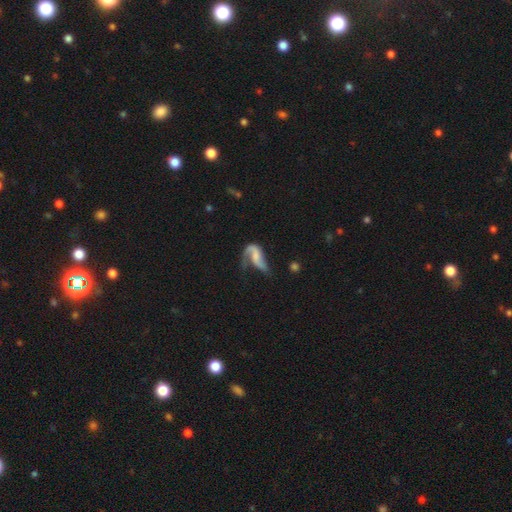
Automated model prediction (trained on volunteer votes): Q: Smooth or featured?
A: featured or disk (67%); runner-up: smooth (26%)
Q: Edge-on disk?
A: no (94%); runner-up: yes (6%)
Q: Bar?
A: no (52%); runner-up: weak (32%)
Q: Spiral arms?
A: yes (84%); runner-up: no (16%)
Q: Spiral winding?
A: loose (67%); runner-up: medium (25%)
Q: Spiral arm count?
A: 2 (58%); runner-up: 1 (34%)
Q: Bulge size?
A: none (38%); runner-up: small (34%)
Q: Merging?
A: major disturbance (42%); runner-up: none (30%)